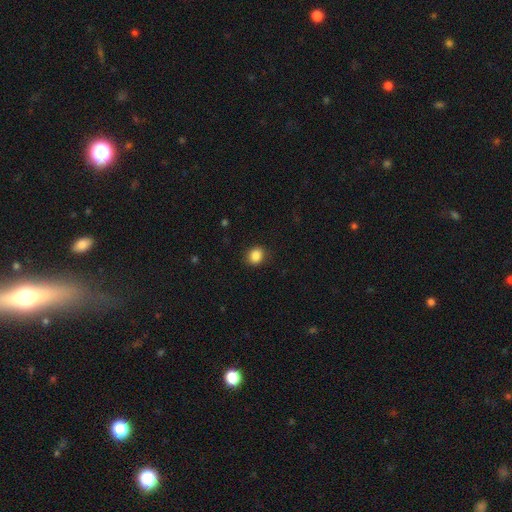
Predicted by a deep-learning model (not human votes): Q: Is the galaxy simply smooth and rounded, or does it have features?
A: smooth — 87%.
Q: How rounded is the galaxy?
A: round — 69%.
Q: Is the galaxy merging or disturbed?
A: none — 88%.